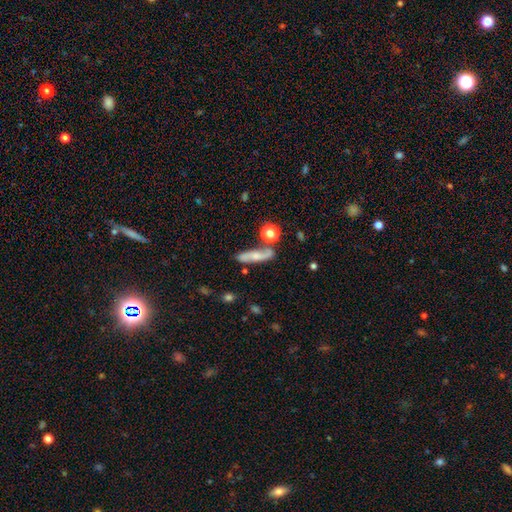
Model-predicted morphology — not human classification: A smooth galaxy with no disk features (45%, tied with featured or disk).

Vote fractions:
- Smooth or featured? smooth: 45% (tied) / featured or disk: 45% (tied) / star or artifact: 9%
- Merging? none: 62% / minor disturbance: 19% / merger: 12% / major disturbance: 8%